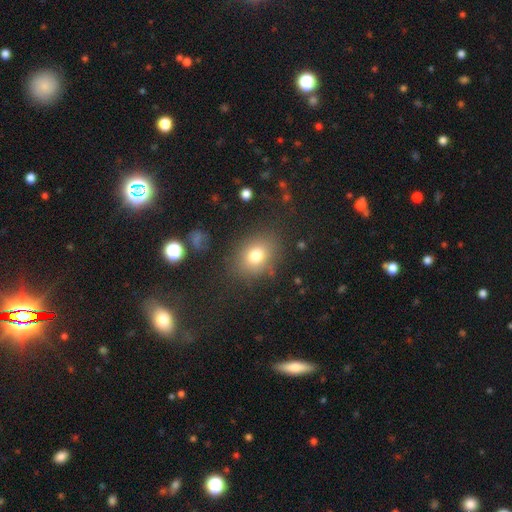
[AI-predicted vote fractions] This appears to be a smooth galaxy with no disk features (77%) that is in between round and cigar-shaped (57%). Merging: none (80%).